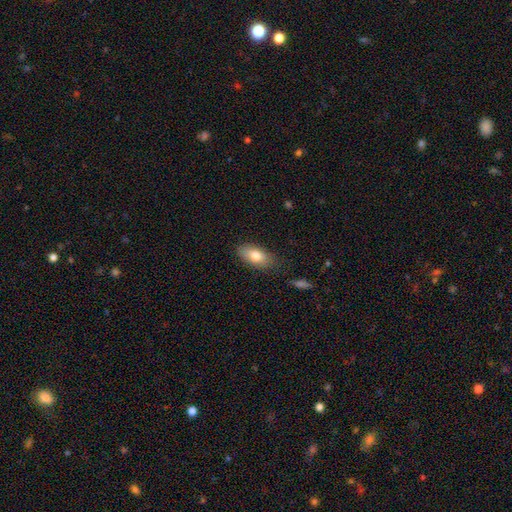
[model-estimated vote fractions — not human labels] Q: Smooth or featured?
A: smooth (79%); runner-up: featured or disk (14%)
Q: How rounded?
A: in between (89%); runner-up: cigar-shaped (6%)
Q: Merging?
A: none (78%); runner-up: minor disturbance (17%)